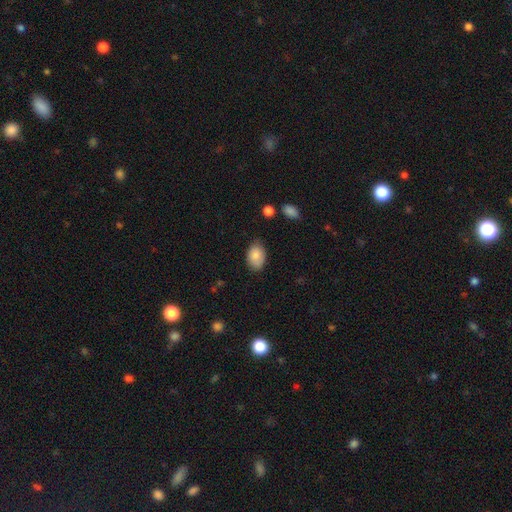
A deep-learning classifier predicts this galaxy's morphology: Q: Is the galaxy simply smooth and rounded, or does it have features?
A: smooth — 82%.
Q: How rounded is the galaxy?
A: in between — 87%.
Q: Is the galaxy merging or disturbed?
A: none — 73%.